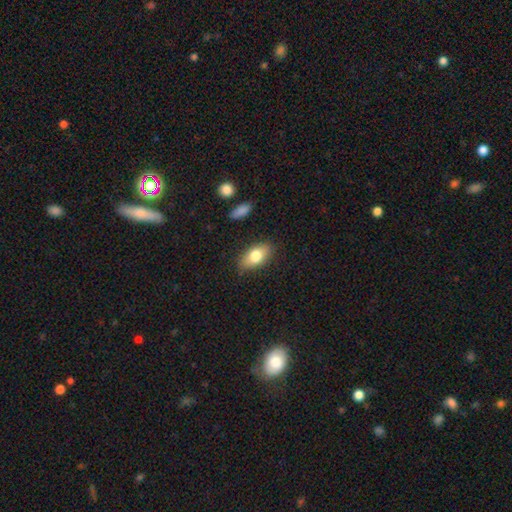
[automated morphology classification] Smooth or featured: smooth — 77% (featured or disk — 16%)
How rounded: in between — 89% (cigar-shaped — 6%)
Merging: none — 83% (minor disturbance — 13%)